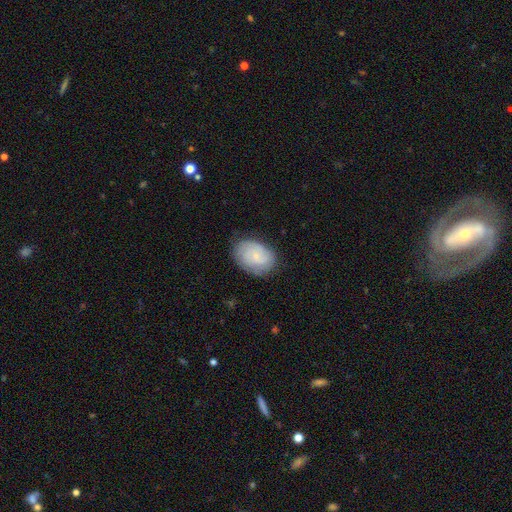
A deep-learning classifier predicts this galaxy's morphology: Smooth or featured? smooth (49%)
Merging? none (76%)